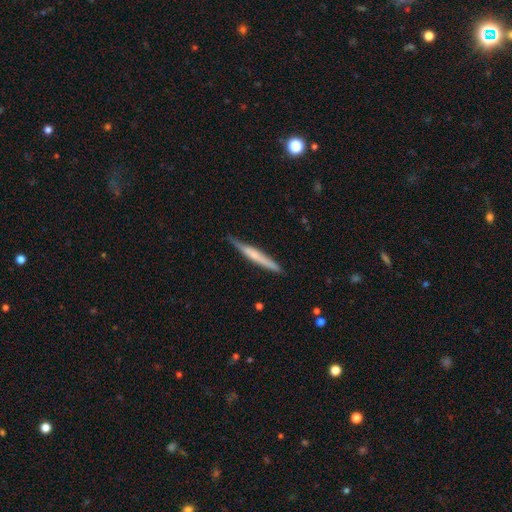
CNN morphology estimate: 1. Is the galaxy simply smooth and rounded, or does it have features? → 48% smooth, 46% featured or disk, 5% star or artifact.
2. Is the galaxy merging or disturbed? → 82% none, 14% minor disturbance, 2% major disturbance, 1% merger.